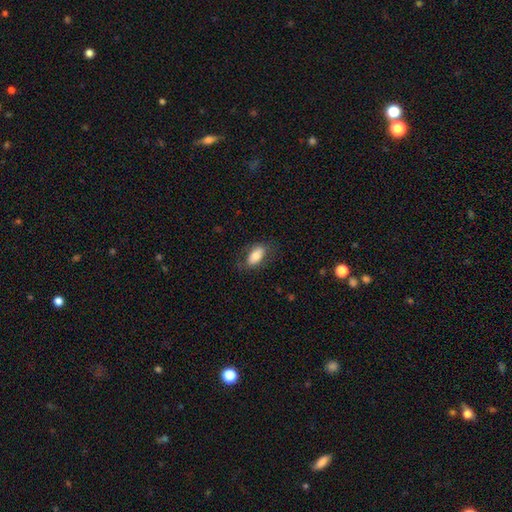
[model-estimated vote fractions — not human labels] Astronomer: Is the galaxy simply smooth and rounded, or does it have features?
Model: smooth — 74%.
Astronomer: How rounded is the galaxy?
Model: in between — 90%.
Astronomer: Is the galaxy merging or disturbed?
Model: none — 74%.